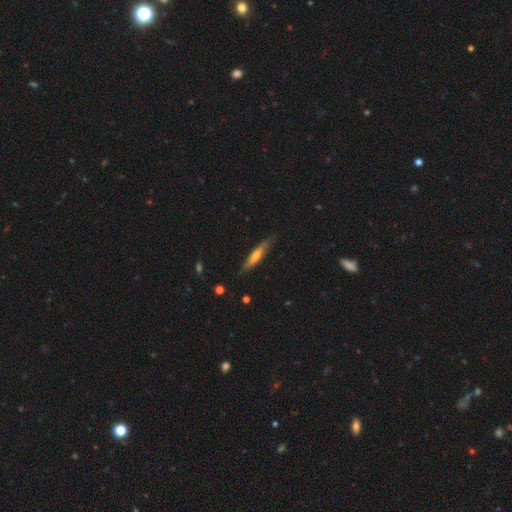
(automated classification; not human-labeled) The model was most divided on "smooth or featured": smooth: 55%, featured or disk: 39%, star or artifact: 6%. More confident: how rounded — cigar-shaped (87%); merging — none (79%).